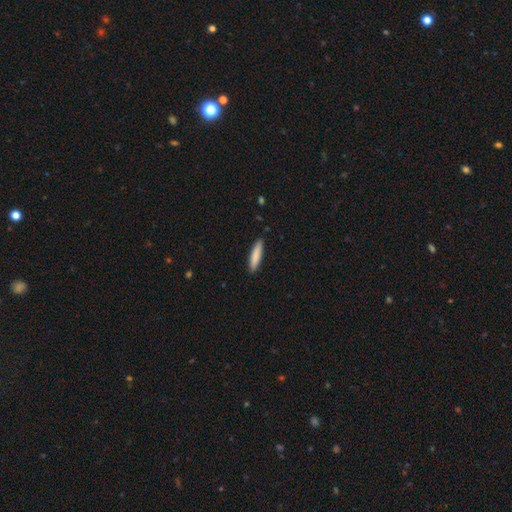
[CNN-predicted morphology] A smooth galaxy with no disk features (85%) that is cigar-shaped (85%). Merging: none (89%).